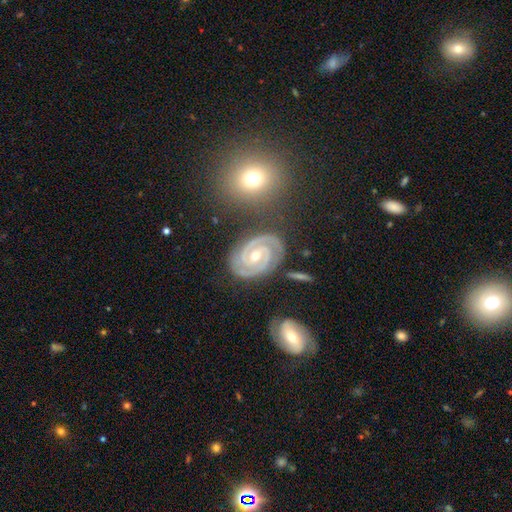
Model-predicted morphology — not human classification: Q: Smooth or featured?
A: featured or disk (91%); runner-up: star or artifact (5%)
Q: Edge-on disk?
A: no (98%); runner-up: yes (2%)
Q: Bar?
A: no (43%); runner-up: weak (39%)
Q: Spiral arms?
A: yes (99%); runner-up: no (1%)
Q: Spiral winding?
A: tight (78%); runner-up: medium (20%)
Q: Spiral arm count?
A: 2 (87%); runner-up: 3 (6%)
Q: Bulge size?
A: moderate (53%); runner-up: small (42%)
Q: Merging?
A: none (81%); runner-up: minor disturbance (13%)